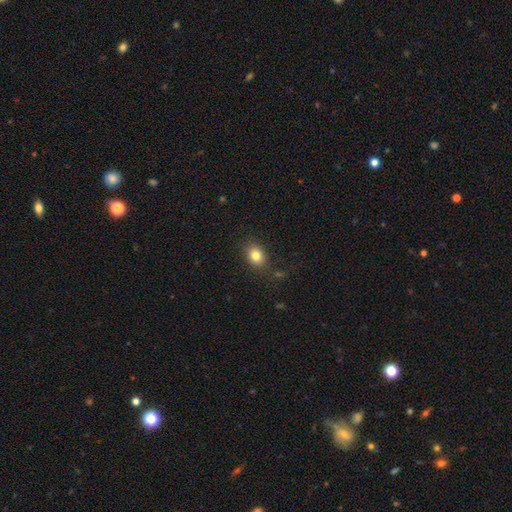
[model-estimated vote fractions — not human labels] Smooth or featured: smooth — 82% (star or artifact — 11%)
How rounded: in between — 57% (round — 42%)
Merging: none — 82% (minor disturbance — 12%)